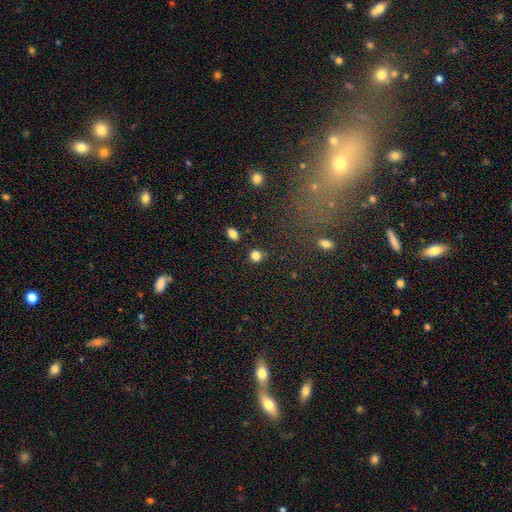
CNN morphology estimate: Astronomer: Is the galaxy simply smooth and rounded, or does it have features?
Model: smooth — 83%.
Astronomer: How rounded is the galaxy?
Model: round — 83%.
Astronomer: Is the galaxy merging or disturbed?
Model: none — 84%.